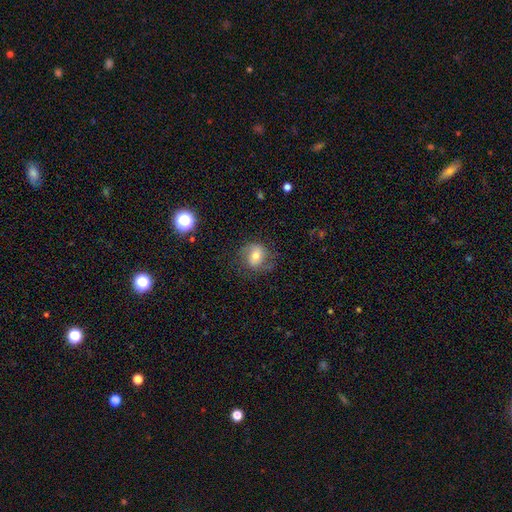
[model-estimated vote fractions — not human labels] Q: Smooth or featured?
A: featured or disk (47%); runner-up: smooth (42%)
Q: Merging?
A: none (71%); runner-up: minor disturbance (18%)